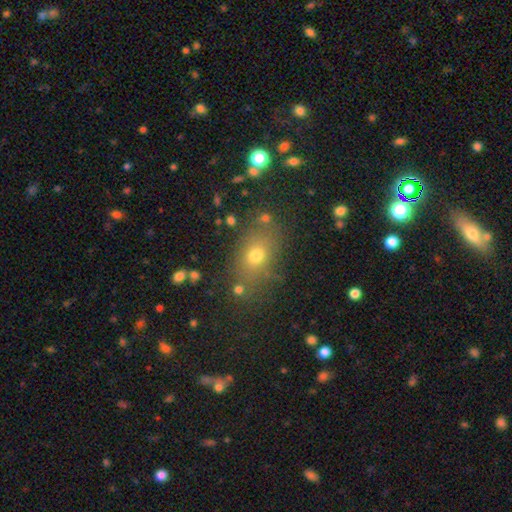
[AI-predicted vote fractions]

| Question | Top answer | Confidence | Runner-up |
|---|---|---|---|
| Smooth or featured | smooth | 69% | star or artifact (18%) |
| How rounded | in between | 69% | round (28%) |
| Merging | none | 77% | minor disturbance (13%) |